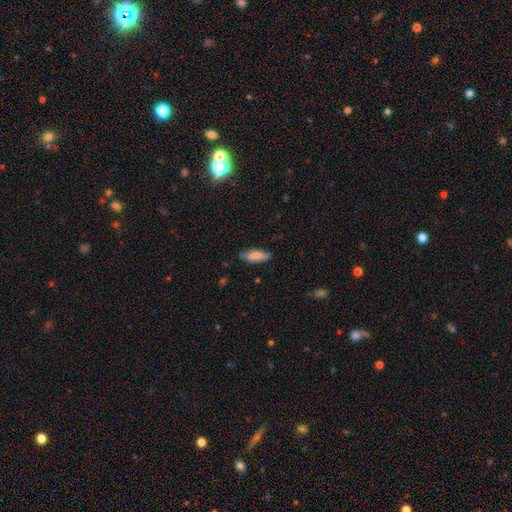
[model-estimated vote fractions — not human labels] A smooth galaxy with no disk features (80%) that is in between round and cigar-shaped (62%). Merging: none (77%).